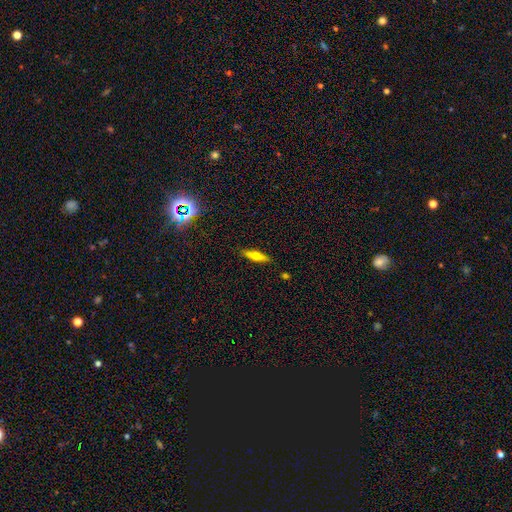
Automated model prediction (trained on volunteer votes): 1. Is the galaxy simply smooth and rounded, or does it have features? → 53% smooth, 38% featured or disk, 8% star or artifact.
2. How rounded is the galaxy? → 71% cigar-shaped, 26% in between, 2% round.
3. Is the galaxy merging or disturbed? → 88% none, 9% minor disturbance, 2% major disturbance, 1% merger.